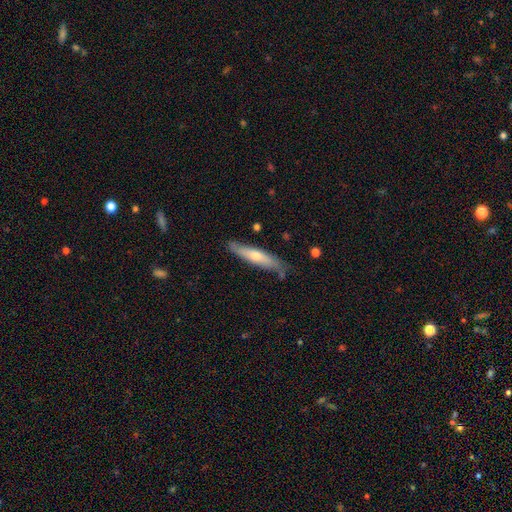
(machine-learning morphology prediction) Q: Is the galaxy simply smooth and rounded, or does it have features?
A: smooth — 56%.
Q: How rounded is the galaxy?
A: cigar-shaped — 85%.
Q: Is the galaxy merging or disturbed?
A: none — 76%.